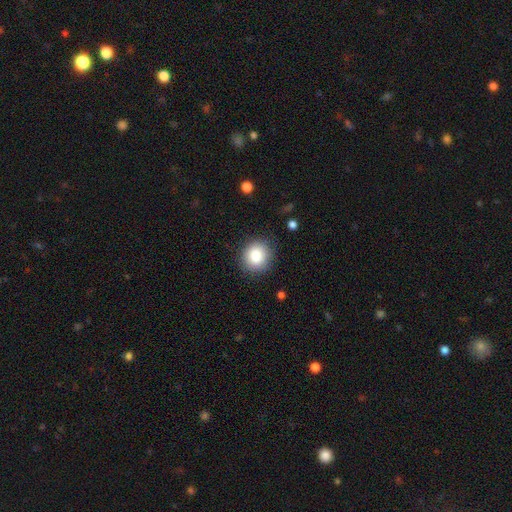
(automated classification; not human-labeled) Overall: smooth (84%). How rounded: round (83%). Merging: none (87%).